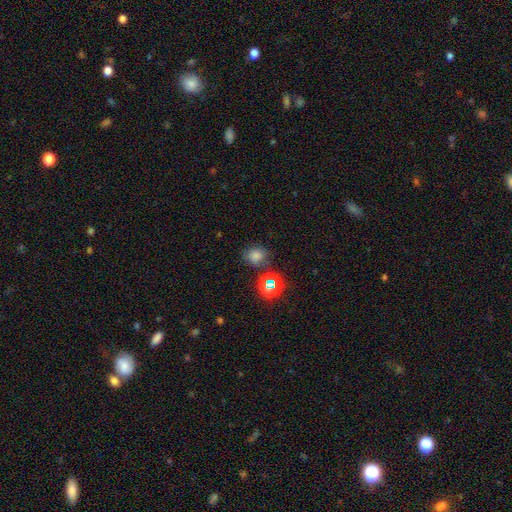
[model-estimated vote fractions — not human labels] Morphology: type=smooth (56%); roundness=round (69%); merging=none (77%).